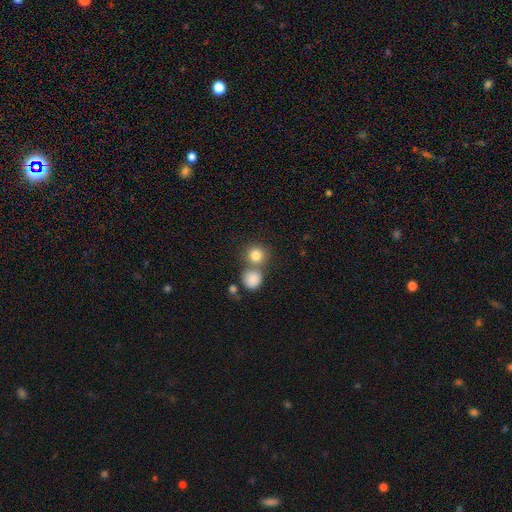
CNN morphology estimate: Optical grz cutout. It shows a smooth galaxy with no disk features (83%) that is round (89%). Merging: none (53%).